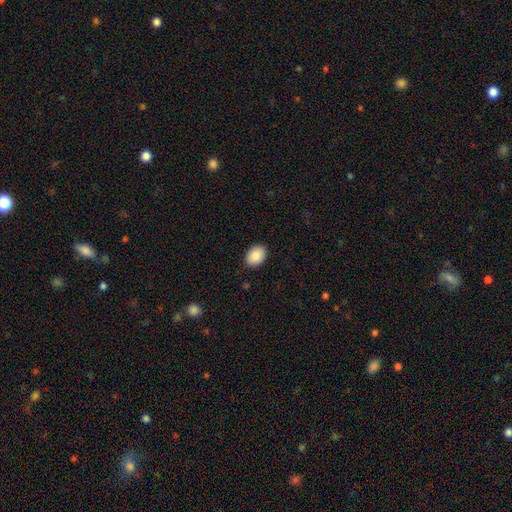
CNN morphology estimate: A smooth galaxy with no disk features (89%) that is in between round and cigar-shaped (74%).

Vote fractions:
- Smooth or featured? smooth: 89% / star or artifact: 7% / featured or disk: 4%
- How rounded? in between: 74% / round: 26% / cigar-shaped: 1%
- Merging? none: 89% / minor disturbance: 8% / major disturbance: 2% / merger: 1%